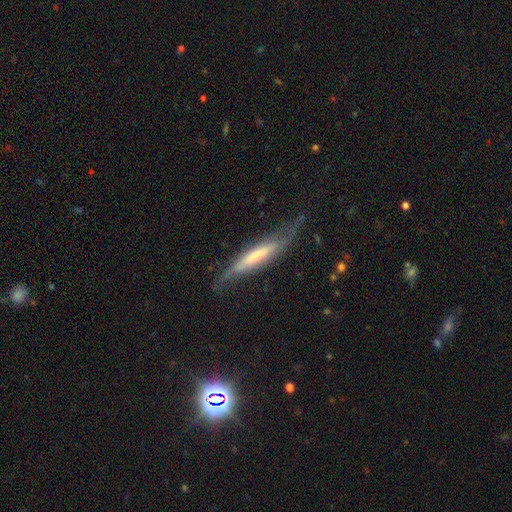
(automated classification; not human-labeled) Smooth or featured?
  - featured or disk: 60% *
  - smooth: 33%
  - star or artifact: 6%
Edge-on disk?
  - yes: 65% *
  - no: 35%
Merging?
  - none: 55% *
  - minor disturbance: 27%
  - major disturbance: 16%
  - merger: 3%